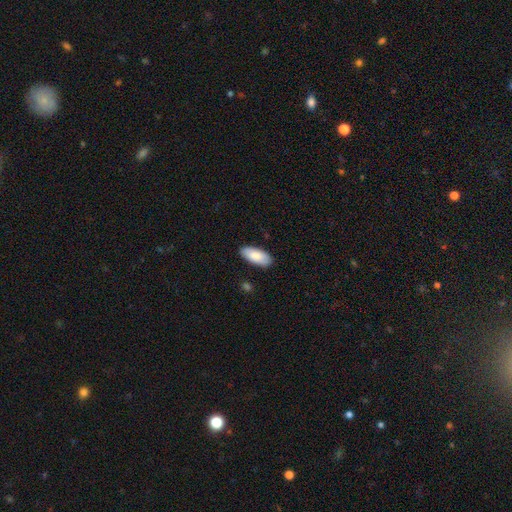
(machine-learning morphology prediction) Smooth or featured? Predicted: smooth (p=0.85). How rounded? Predicted: in between (p=0.88). Merging? Predicted: none (p=0.87).